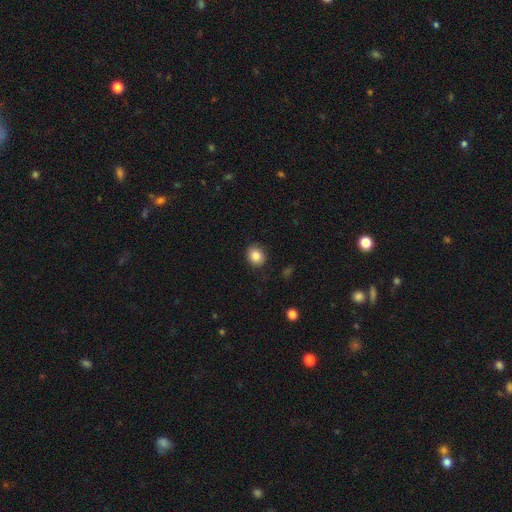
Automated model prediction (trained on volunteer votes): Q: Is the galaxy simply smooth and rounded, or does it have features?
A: smooth — 86%.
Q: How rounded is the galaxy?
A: round — 66%.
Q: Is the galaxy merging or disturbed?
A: none — 87%.